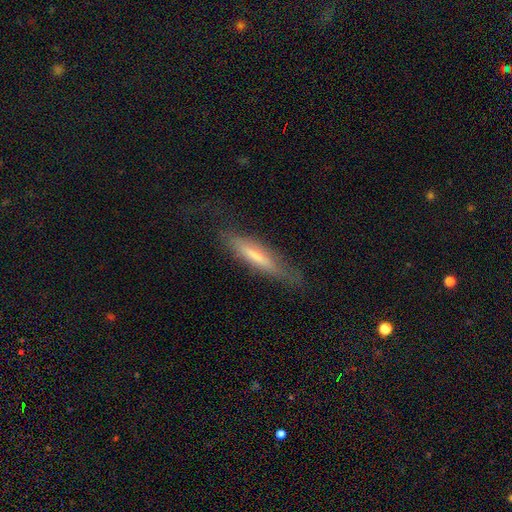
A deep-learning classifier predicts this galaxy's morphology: This appears to be a smooth galaxy with no disk features (54%) that is cigar-shaped (85%). Merging: none (71%).